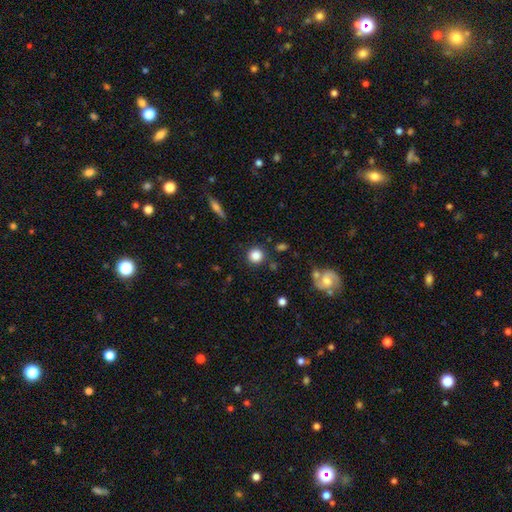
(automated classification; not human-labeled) Q: Smooth or featured?
A: smooth (85%); runner-up: star or artifact (10%)
Q: How rounded?
A: round (92%); runner-up: in between (6%)
Q: Merging?
A: none (87%); runner-up: minor disturbance (7%)